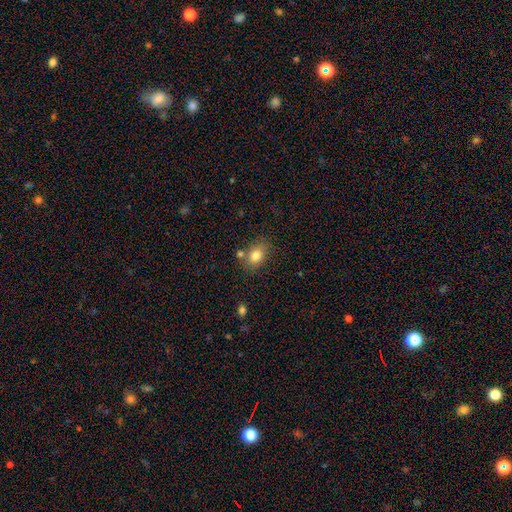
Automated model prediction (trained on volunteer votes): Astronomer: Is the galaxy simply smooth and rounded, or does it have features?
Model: smooth — 81%.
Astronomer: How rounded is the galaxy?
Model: in between — 69%.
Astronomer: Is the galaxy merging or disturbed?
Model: none — 68%.